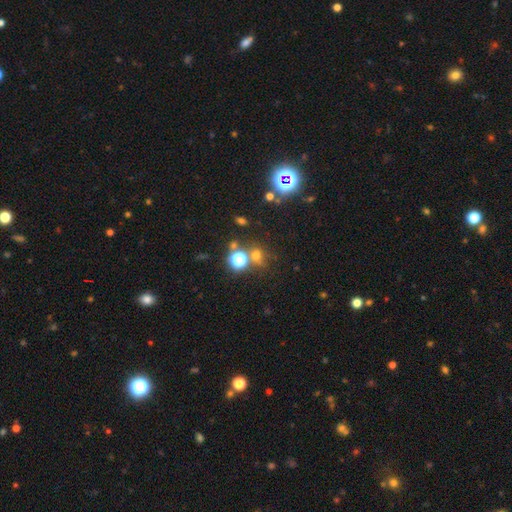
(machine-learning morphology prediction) Overall: smooth (51%; star or artifact 40%). How rounded: round (77%). Merging: none (64%).